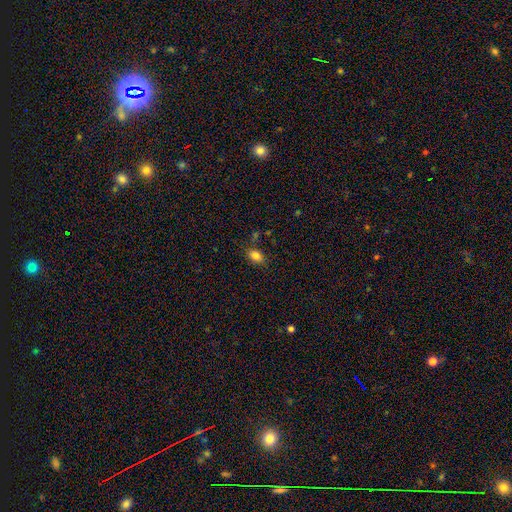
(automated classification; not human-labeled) smooth-or-featured: smooth: 82% | star or artifact: 10% | featured or disk: 8%
  how-rounded: in between: 85% | round: 12% | cigar-shaped: 3%
  merging: none: 80% | minor disturbance: 14% | merger: 3% | major disturbance: 3%